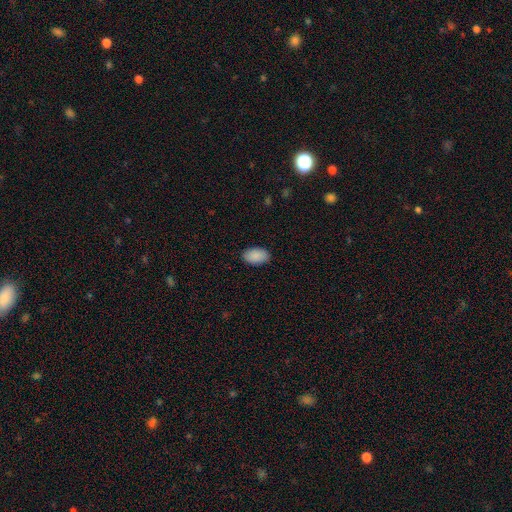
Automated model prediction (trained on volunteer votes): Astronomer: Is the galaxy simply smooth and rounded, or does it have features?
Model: smooth — 90%.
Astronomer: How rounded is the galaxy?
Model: in between — 93%.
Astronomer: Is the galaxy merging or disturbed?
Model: none — 88%.